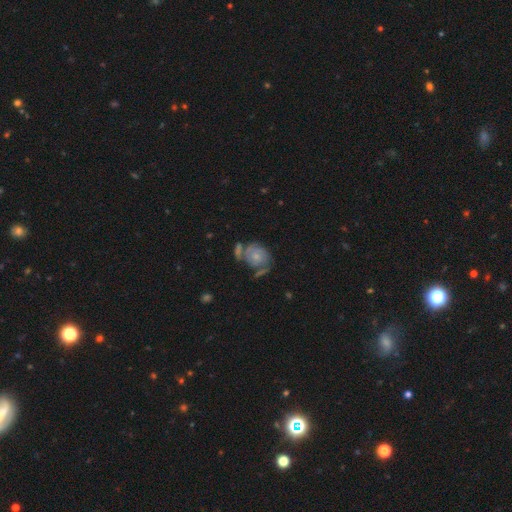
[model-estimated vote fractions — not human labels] This appears to be a featured or disk galaxy (64%) with no bar (79%), 2 (41%) tight (58%) spiral arms (83%) and a small central bulge (57%). Merging: none (43%).